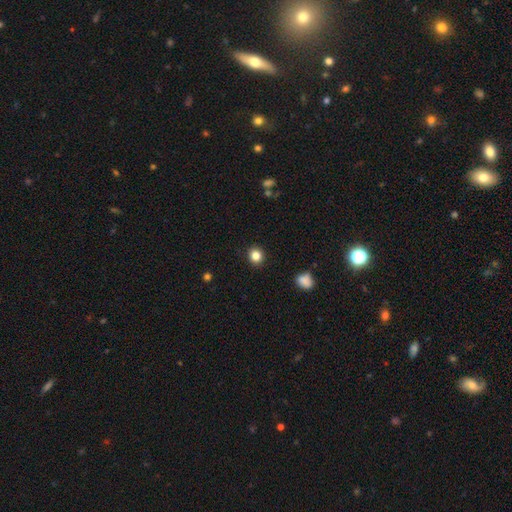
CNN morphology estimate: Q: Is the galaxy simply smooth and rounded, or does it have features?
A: smooth — 84%.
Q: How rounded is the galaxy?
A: round — 88%.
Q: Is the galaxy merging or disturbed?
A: none — 92%.